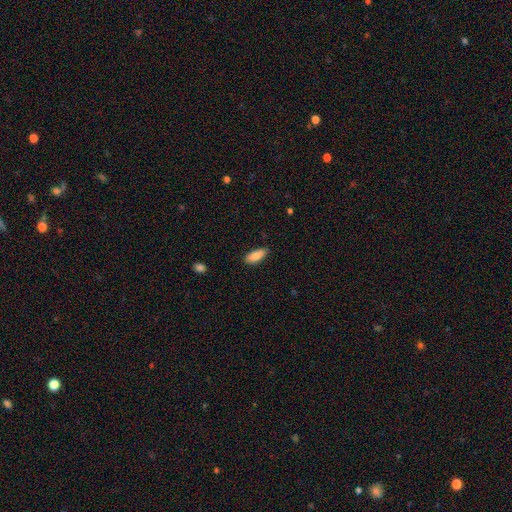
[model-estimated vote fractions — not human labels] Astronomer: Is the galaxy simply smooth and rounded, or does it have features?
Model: smooth — 87%.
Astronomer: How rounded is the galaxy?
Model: in between — 79%.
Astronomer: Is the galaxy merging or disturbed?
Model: none — 81%.